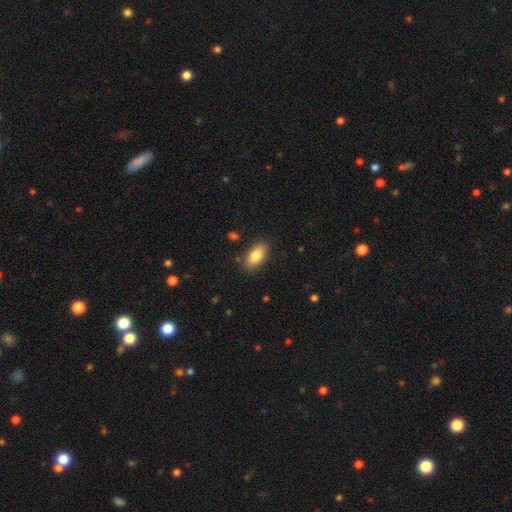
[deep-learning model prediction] Smooth or featured: smooth — 83% (featured or disk — 10%)
How rounded: in between — 91% (round — 4%)
Merging: none — 85% (minor disturbance — 11%)